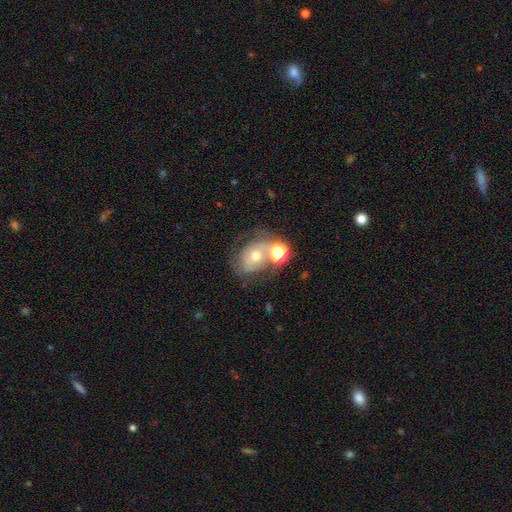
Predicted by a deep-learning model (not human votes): Overall: featured or disk (50%; smooth 36%). Merging: none (42%; merger 28%).